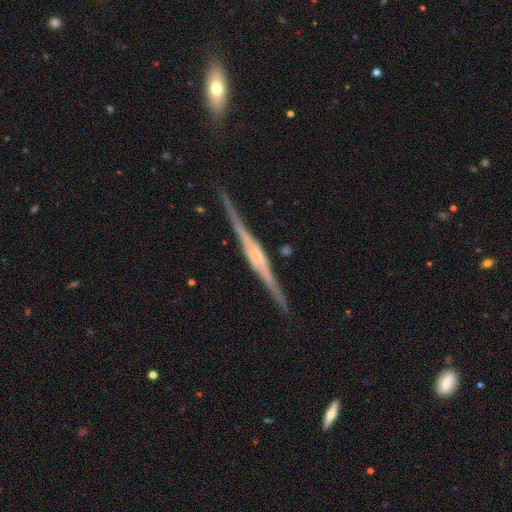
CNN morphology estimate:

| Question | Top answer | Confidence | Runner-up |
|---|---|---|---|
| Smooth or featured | featured or disk | 88% | smooth (7%) |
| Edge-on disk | yes | 98% | no (2%) |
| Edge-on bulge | rounded | 49% | boxy (41%) |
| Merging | none | 88% | minor disturbance (9%) |